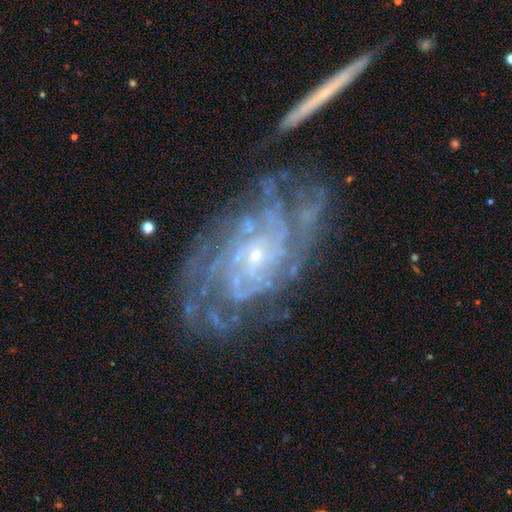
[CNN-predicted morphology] This is clearly a featured or disk galaxy (88%). It is clearly not viewed edge-on (95%). Bar: likely no (67%). Spiral arm pattern: clearly yes (96%). Spiral arm count: marginally can't tell (34%). Spiral winding: likely tight (71%). Central bulge: likely small (80%). Merging: likely none (64%).